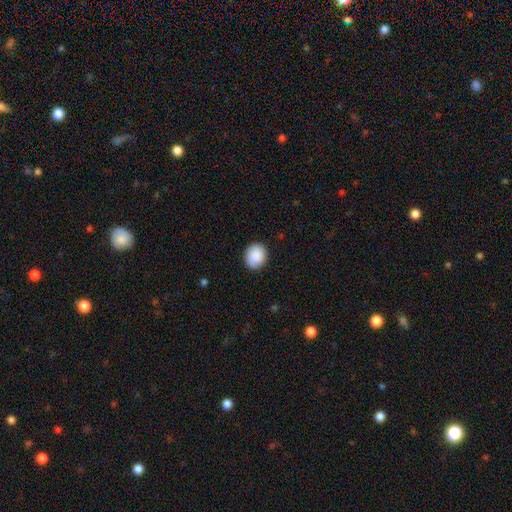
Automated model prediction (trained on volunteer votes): Smooth or featured?
  - smooth: 90% *
  - star or artifact: 7%
  - featured or disk: 3%
How rounded?
  - round: 61% *
  - in between: 38%
  - cigar-shaped: 1%
Merging?
  - none: 88% *
  - minor disturbance: 9%
  - major disturbance: 2%
  - merger: 1%